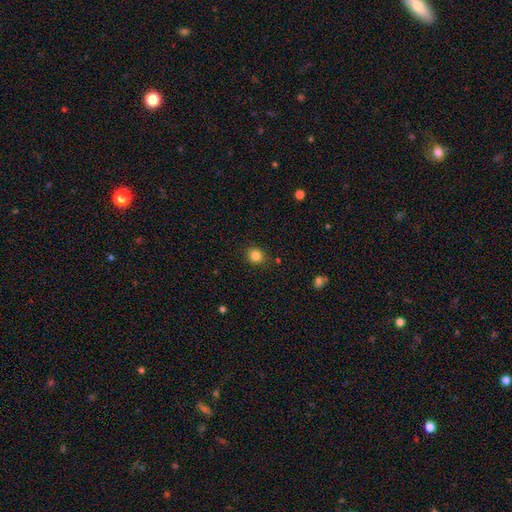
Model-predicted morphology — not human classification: Smooth or featured?
  - smooth: 84% *
  - star or artifact: 11%
  - featured or disk: 5%
How rounded?
  - round: 81% *
  - in between: 18%
  - cigar-shaped: 1%
Merging?
  - none: 88% *
  - minor disturbance: 8%
  - major disturbance: 2%
  - merger: 2%